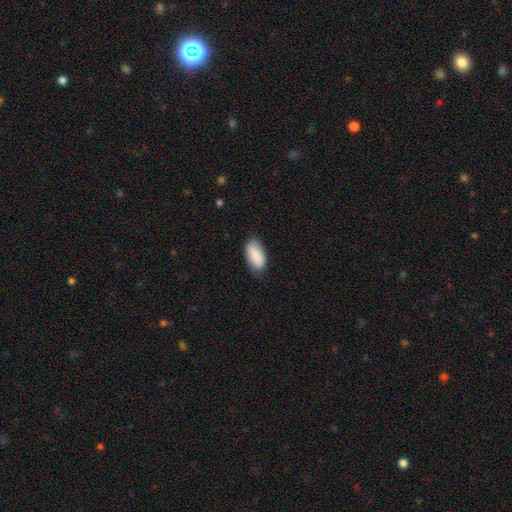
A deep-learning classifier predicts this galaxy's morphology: Smooth or featured? Predicted: smooth (p=0.88). How rounded? Predicted: in between (p=0.93). Merging? Predicted: none (p=0.77).